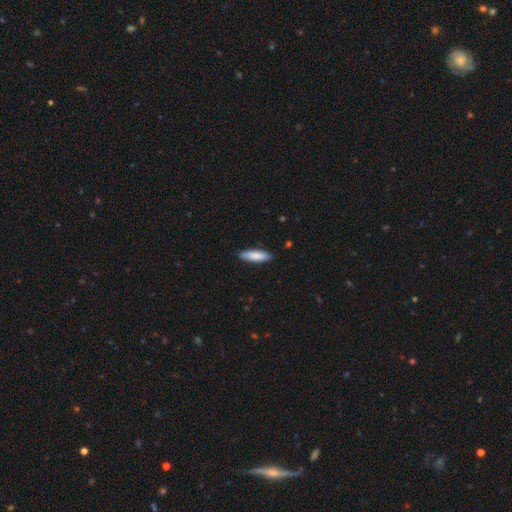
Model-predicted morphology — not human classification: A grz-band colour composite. It shows a smooth galaxy with no disk features (83%) that is cigar-shaped (64%). Merging: none (89%).